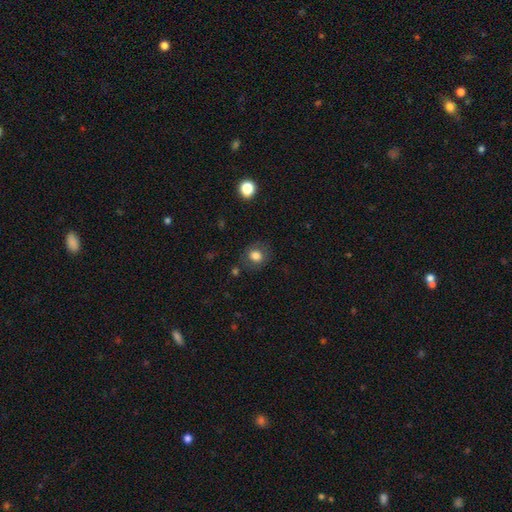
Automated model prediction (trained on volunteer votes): This appears to be a smooth galaxy with no disk features (80%) that is round (74%). Merging: none (81%).